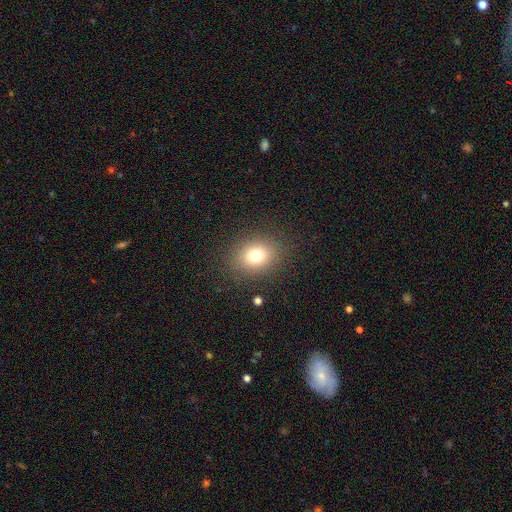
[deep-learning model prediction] A smooth galaxy with no disk features (75%) that is round (55%). Merging: none (86%).